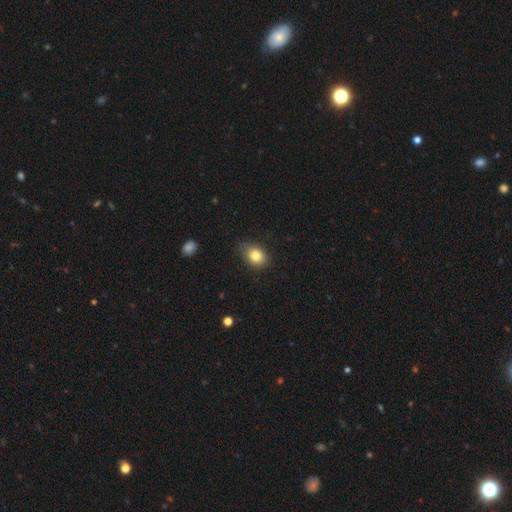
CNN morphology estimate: Smooth or featured: smooth — 81% (star or artifact — 10%)
How rounded: in between — 59% (round — 40%)
Merging: none — 73% (minor disturbance — 22%)